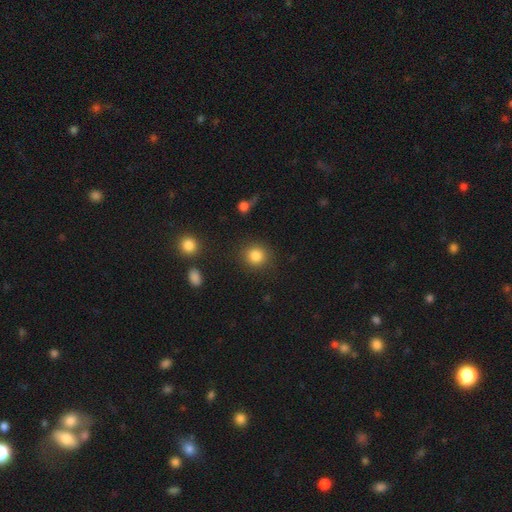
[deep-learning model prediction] A smooth galaxy with no disk features (85%) that is round (88%). Merging: none (87%).